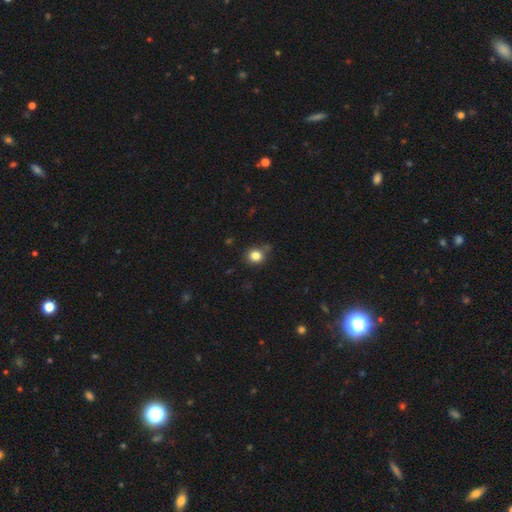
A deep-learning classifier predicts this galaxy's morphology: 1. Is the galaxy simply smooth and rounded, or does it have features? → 82% smooth, 12% star or artifact, 6% featured or disk.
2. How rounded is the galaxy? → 81% round, 18% in between, 1% cigar-shaped.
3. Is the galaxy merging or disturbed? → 72% none, 19% minor disturbance, 5% merger, 5% major disturbance.